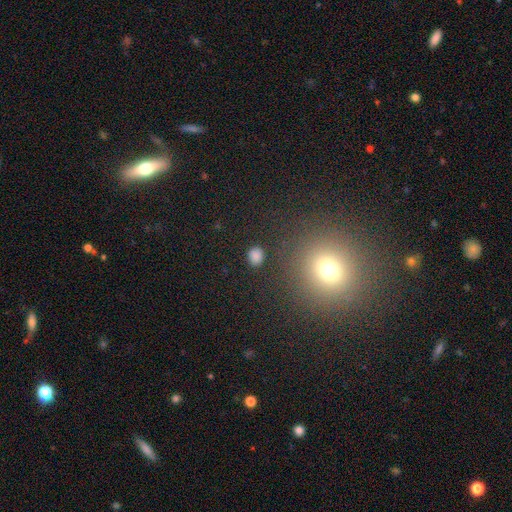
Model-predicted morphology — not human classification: Overall: smooth (83%). How rounded: round (67%; in between 31%). Merging: none (87%).